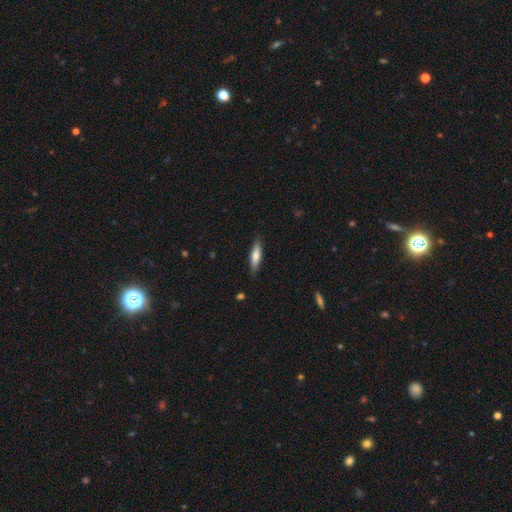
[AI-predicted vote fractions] smooth 68%, featured or disk 26%, star or artifact 6%. Down the decision tree: how rounded — cigar-shaped (71%); merging — none (87%).